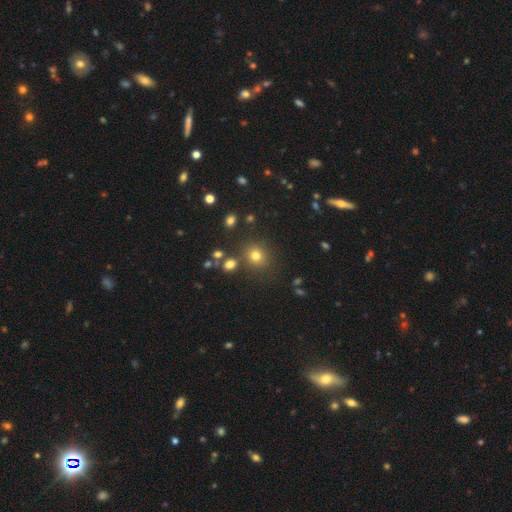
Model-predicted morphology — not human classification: A smooth galaxy with no disk features (76%) that is round (83%). Merging: none (79%).